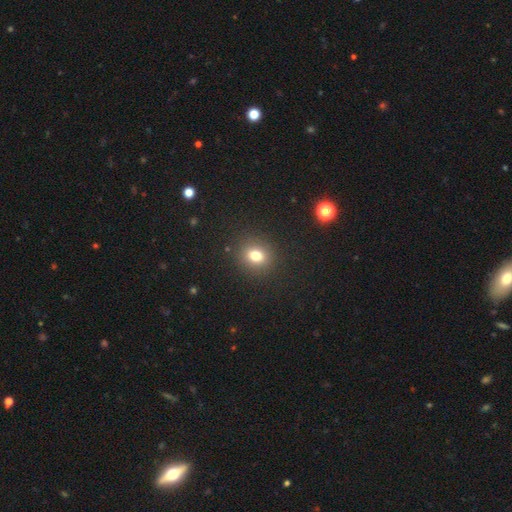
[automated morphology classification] Smooth or featured? Predicted: smooth (p=0.77). How rounded? Predicted: round (p=0.72). Merging? Predicted: none (p=0.89).